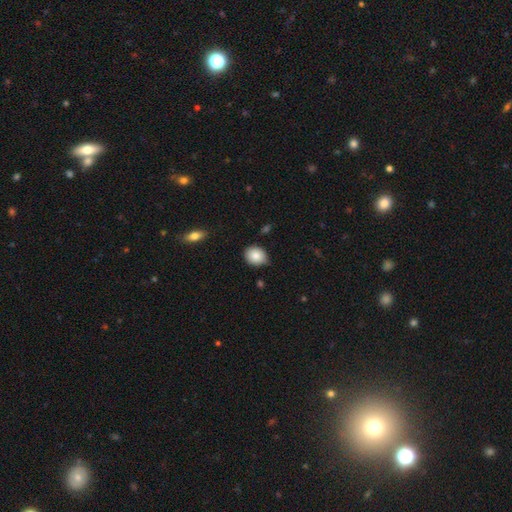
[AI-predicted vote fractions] A smooth galaxy with no disk features (85%) that is round (66%).

Vote fractions:
- Smooth or featured? smooth: 85% / star or artifact: 8% / featured or disk: 7%
- How rounded? round: 66% / in between: 33% / cigar-shaped: 1%
- Merging? none: 72% / minor disturbance: 23% / major disturbance: 3% / merger: 2%